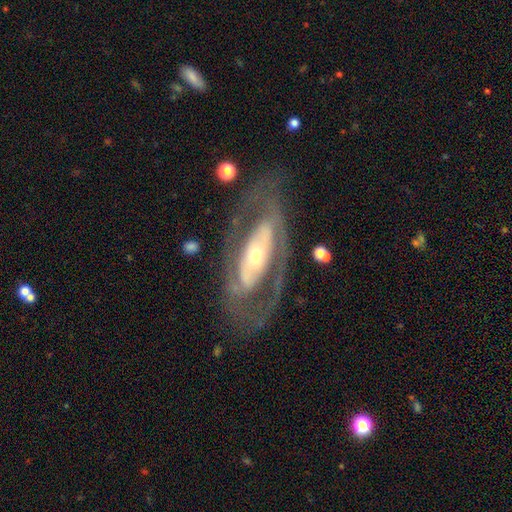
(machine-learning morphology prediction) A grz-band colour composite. It shows a featured or disk galaxy (82%) with no bar (48%), spiral arms (65%) and a moderate central bulge (50%). Merging: none (71%).